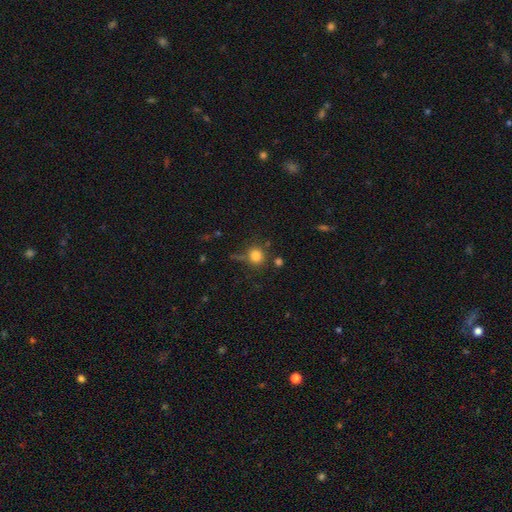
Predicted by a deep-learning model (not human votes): This appears to be a smooth galaxy with no disk features (81%) that is round (90%). Merging: none (72%).